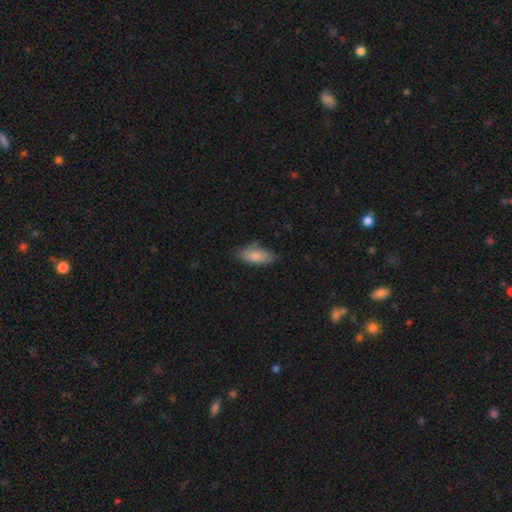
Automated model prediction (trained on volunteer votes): This is clearly a smooth galaxy (84%). How rounded: clearly in between (83%). Merging: likely none (68%).